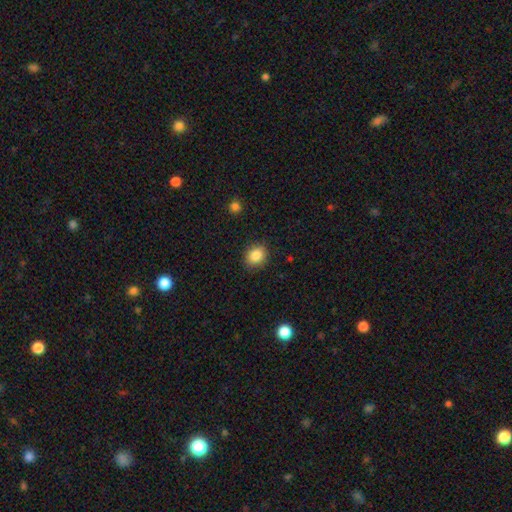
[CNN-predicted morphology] Smooth or featured?
  - smooth: 86% *
  - star or artifact: 9%
  - featured or disk: 5%
How rounded?
  - round: 61% *
  - in between: 38%
  - cigar-shaped: 1%
Merging?
  - none: 88% *
  - minor disturbance: 9%
  - major disturbance: 2%
  - merger: 1%